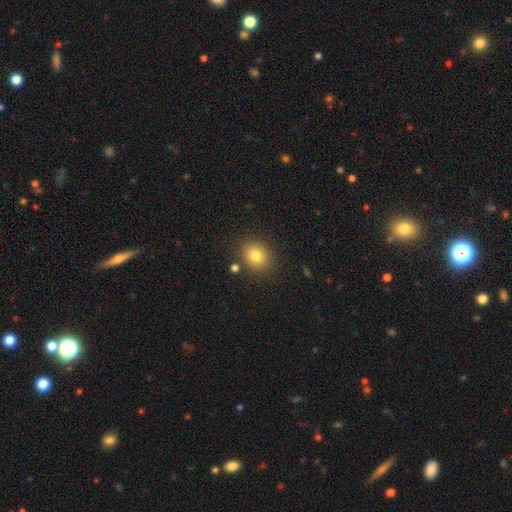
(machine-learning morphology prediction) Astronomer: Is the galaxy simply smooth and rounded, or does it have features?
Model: smooth — 81%.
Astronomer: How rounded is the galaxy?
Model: round — 68%.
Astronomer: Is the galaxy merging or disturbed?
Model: none — 84%.